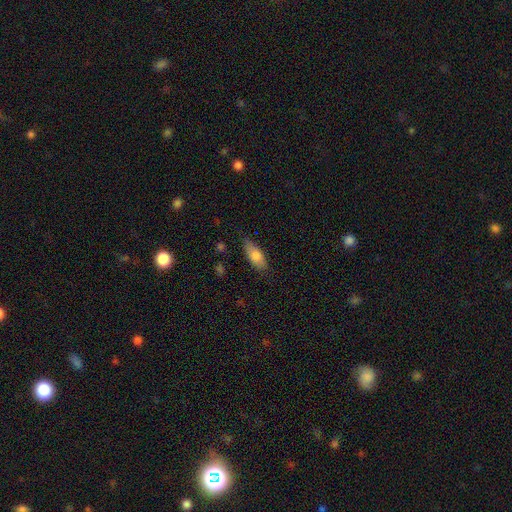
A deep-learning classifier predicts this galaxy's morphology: smooth 79%, featured or disk 14%, star or artifact 7%. Down the decision tree: how rounded — in between (79%); merging — none (75%).